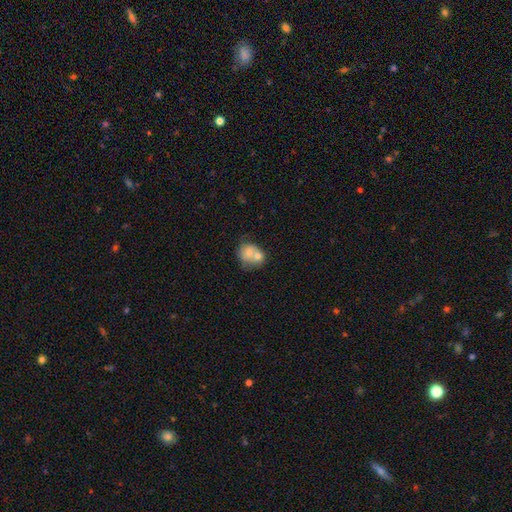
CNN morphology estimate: This is likely a smooth galaxy (66%). How rounded: likely round (62%). Merging: likely merger (63%).